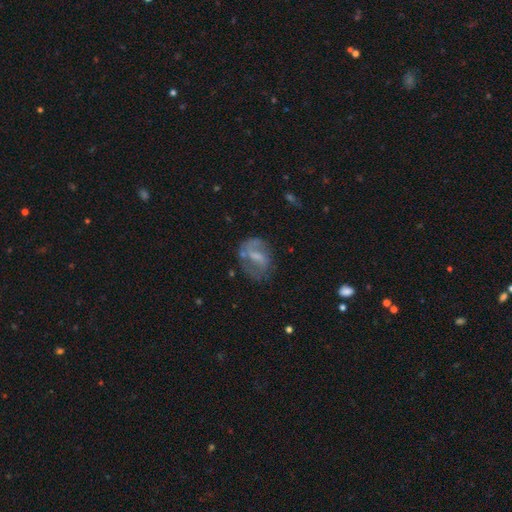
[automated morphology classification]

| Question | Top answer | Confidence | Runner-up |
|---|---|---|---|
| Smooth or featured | featured or disk | 61% | smooth (29%) |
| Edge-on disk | no | 96% | yes (4%) |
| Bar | weak | 49% | no (27%) |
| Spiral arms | yes | 71% | no (29%) |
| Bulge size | none | 32% | small (31%) |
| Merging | none | 54% | minor disturbance (23%) |